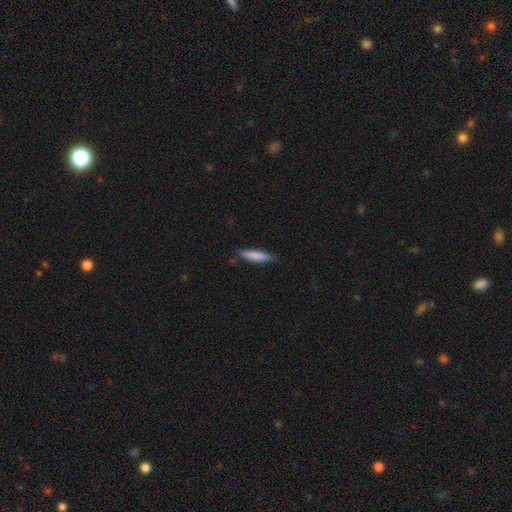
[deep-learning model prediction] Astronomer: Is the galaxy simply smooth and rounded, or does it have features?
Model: smooth — 79%.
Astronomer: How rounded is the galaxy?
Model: cigar-shaped — 82%.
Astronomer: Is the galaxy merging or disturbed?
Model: none — 82%.